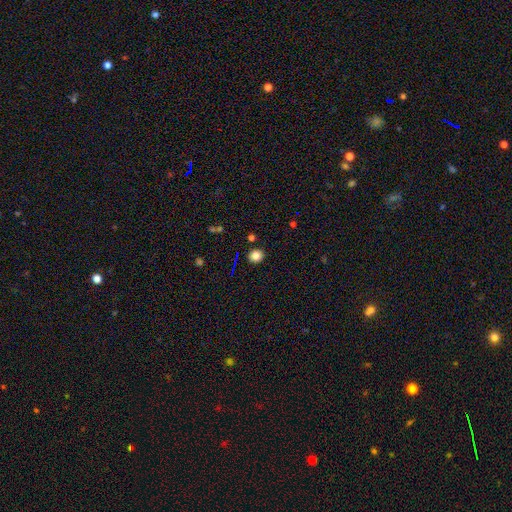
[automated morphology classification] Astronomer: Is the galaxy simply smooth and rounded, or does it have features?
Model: smooth — 82%.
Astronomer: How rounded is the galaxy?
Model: round — 83%.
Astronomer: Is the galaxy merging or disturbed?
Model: none — 88%.